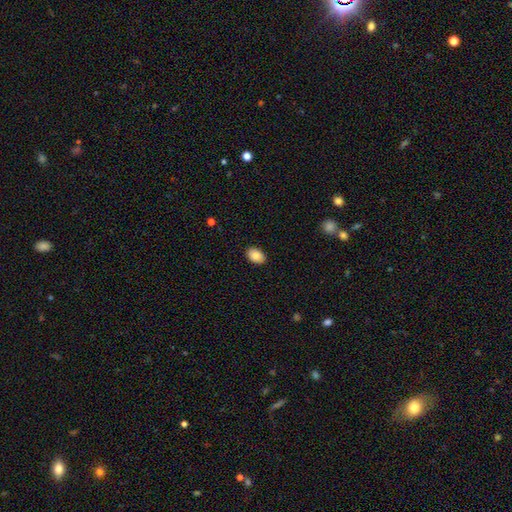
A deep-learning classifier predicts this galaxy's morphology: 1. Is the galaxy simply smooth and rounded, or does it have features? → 86% smooth, 7% star or artifact, 6% featured or disk.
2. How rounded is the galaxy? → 86% in between, 13% round, 1% cigar-shaped.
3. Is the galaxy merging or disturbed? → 89% none, 8% minor disturbance, 2% major disturbance, 1% merger.